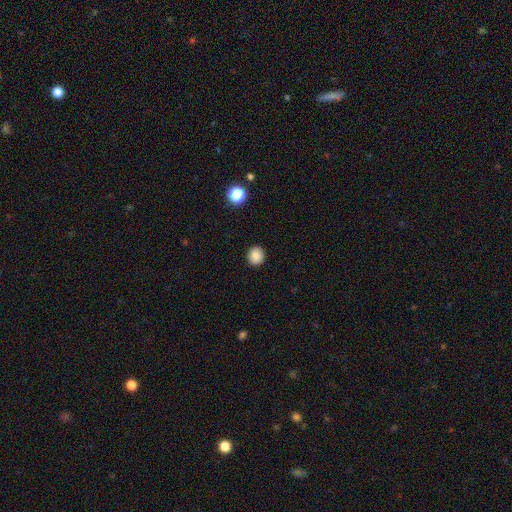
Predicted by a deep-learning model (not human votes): This appears to be a smooth galaxy with no disk features (86%) that is round (83%). Merging: none (92%).